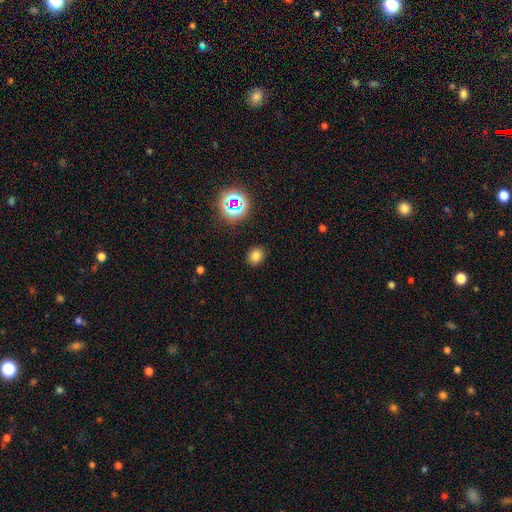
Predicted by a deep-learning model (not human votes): The model was most divided on "how rounded": round: 64%, in between: 35%, cigar-shaped: 1%. More confident: merging — none (88%); smooth or featured — smooth (75%).